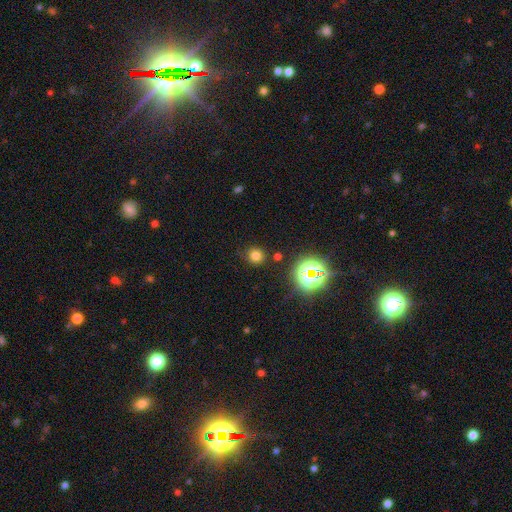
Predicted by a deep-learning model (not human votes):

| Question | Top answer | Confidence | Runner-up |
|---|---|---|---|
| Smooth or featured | smooth | 71% | star or artifact (23%) |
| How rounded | round | 90% | in between (9%) |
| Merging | none | 83% | minor disturbance (10%) |